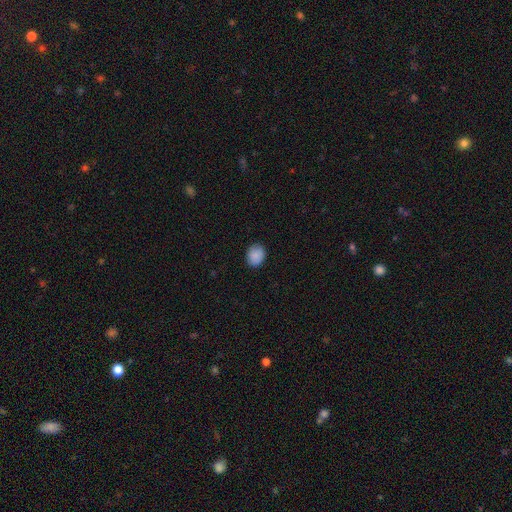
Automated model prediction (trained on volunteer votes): This appears to be a smooth galaxy with no disk features (89%) that is round (51%). Merging: none (86%).